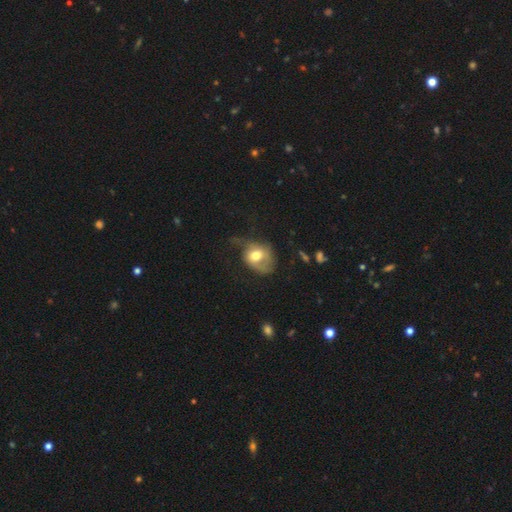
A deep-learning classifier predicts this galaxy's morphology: Smooth or featured? smooth (57%)
How rounded? in between (50%)
Merging? major disturbance (36%)